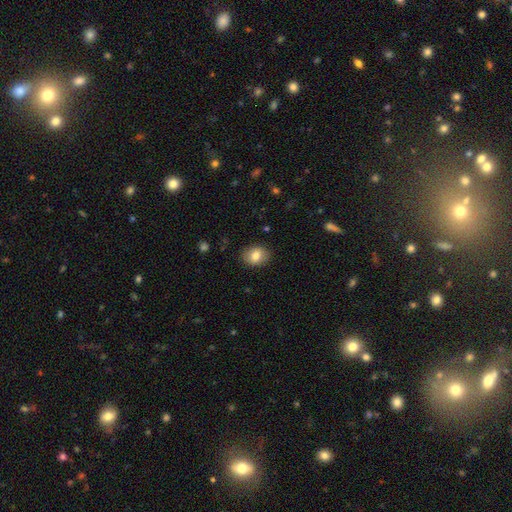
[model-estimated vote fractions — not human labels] Q: Smooth or featured?
A: smooth (80%); runner-up: featured or disk (11%)
Q: How rounded?
A: in between (54%); runner-up: round (45%)
Q: Merging?
A: none (87%); runner-up: minor disturbance (9%)